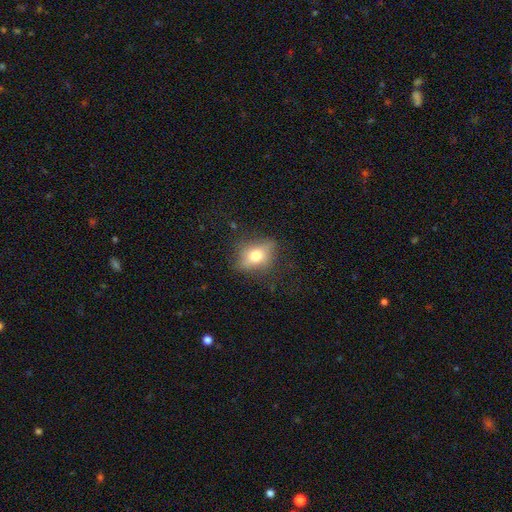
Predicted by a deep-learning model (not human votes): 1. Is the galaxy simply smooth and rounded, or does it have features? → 59% smooth, 32% featured or disk, 10% star or artifact.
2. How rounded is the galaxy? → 62% in between, 31% round, 6% cigar-shaped.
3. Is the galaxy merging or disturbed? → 75% none, 18% minor disturbance, 6% major disturbance, 1% merger.